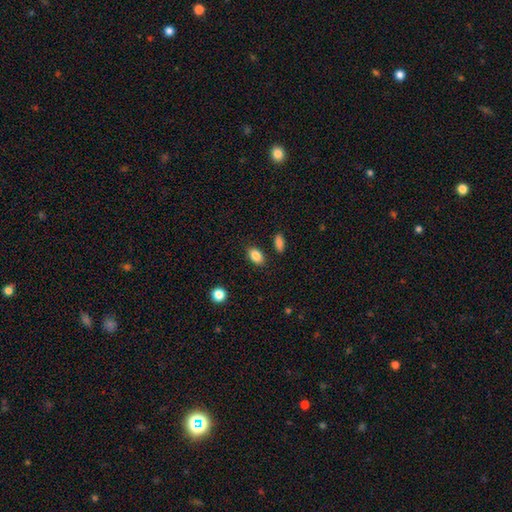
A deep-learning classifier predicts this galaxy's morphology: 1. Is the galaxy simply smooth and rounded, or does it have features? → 87% smooth, 8% star or artifact, 5% featured or disk.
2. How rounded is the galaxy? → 87% in between, 11% round, 2% cigar-shaped.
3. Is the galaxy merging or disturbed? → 85% none, 9% minor disturbance, 3% merger, 3% major disturbance.